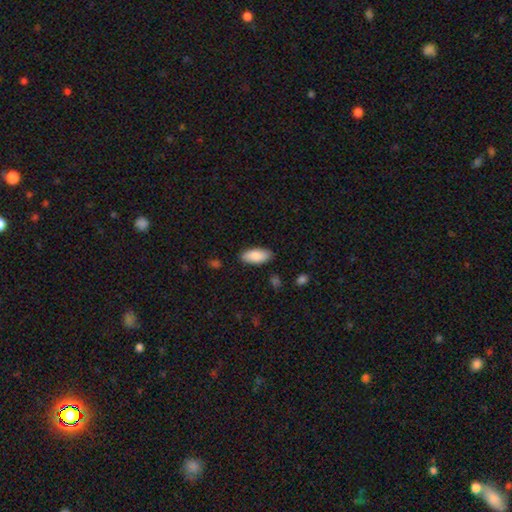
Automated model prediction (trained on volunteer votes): Smooth or featured?
  - smooth: 87% *
  - featured or disk: 7%
  - star or artifact: 6%
How rounded?
  - in between: 90% *
  - cigar-shaped: 8%
  - round: 2%
Merging?
  - none: 86% *
  - minor disturbance: 10%
  - major disturbance: 2%
  - merger: 1%